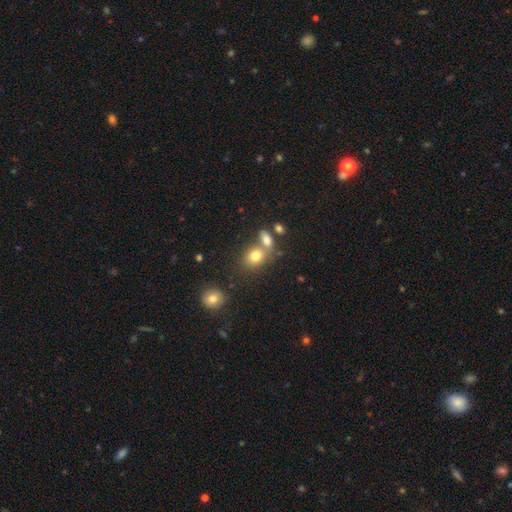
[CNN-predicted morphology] A smooth galaxy with no disk features (77%) that is in between round and cigar-shaped (52%). Merging: none (49%).